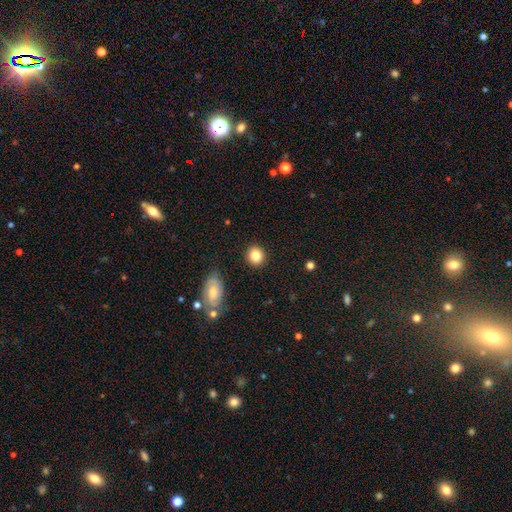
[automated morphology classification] This is clearly a smooth galaxy (85%). How rounded: clearly round (83%). Merging: clearly none (88%).